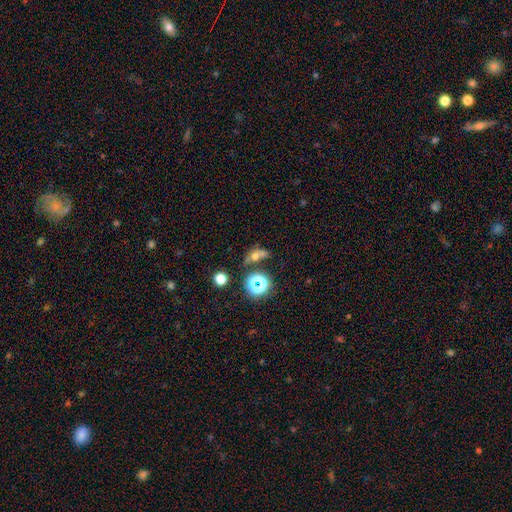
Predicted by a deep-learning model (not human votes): Smooth or featured: smooth — 44% (featured or disk — 28%)
Merging: none — 50% (minor disturbance — 20%)